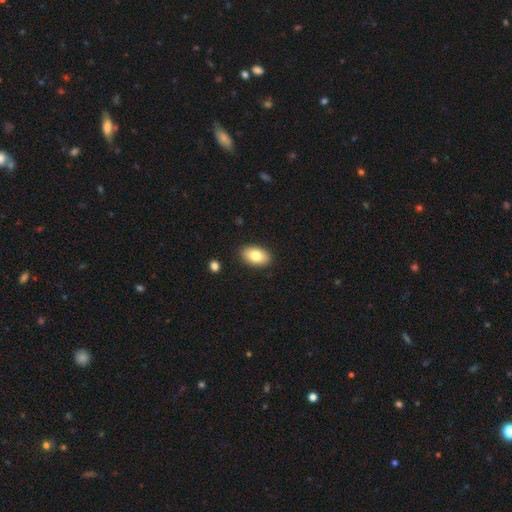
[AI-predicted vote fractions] The model was most divided on "smooth or featured": smooth: 81%, featured or disk: 12%, star or artifact: 7%. More confident: how rounded — in between (91%); merging — none (89%).